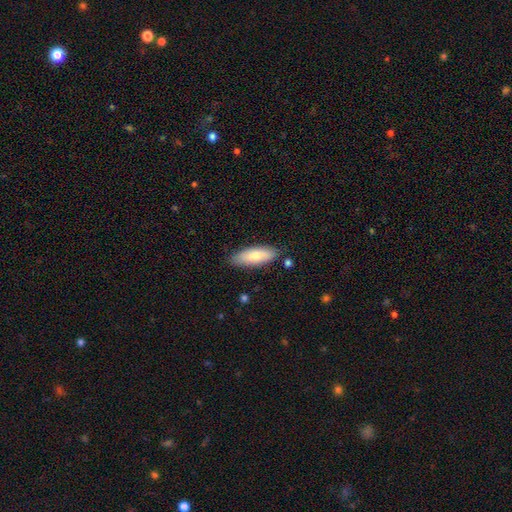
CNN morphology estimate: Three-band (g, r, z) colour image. It shows a smooth galaxy with no disk features (78%) that is in between round and cigar-shaped (64%). Merging: none (83%).